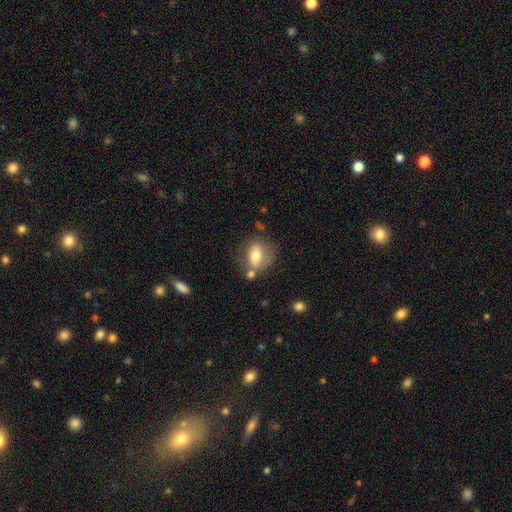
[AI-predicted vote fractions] A smooth galaxy with no disk features (65%) that is in between round and cigar-shaped (59%). Merging: none (53%).